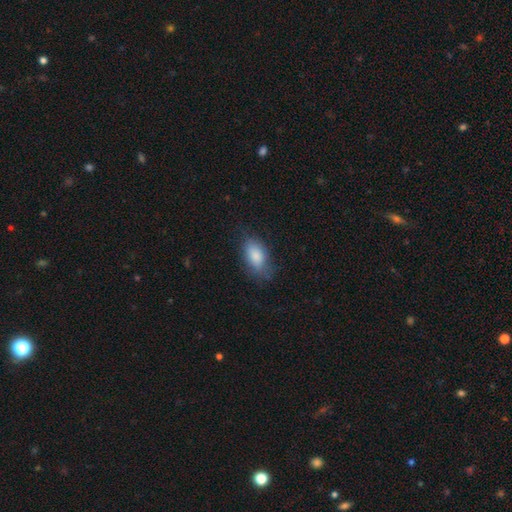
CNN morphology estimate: type=smooth (84%); roundness=in between (91%); merging=none (66%).